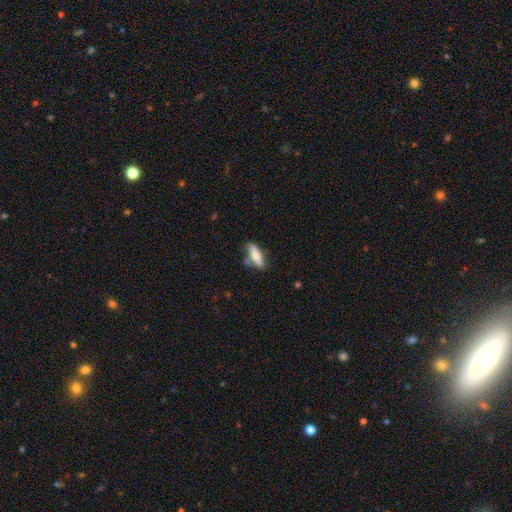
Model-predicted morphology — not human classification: smooth 65%, featured or disk 29%, star or artifact 6%. Down the decision tree: how rounded — in between (56%); merging — none (66%).